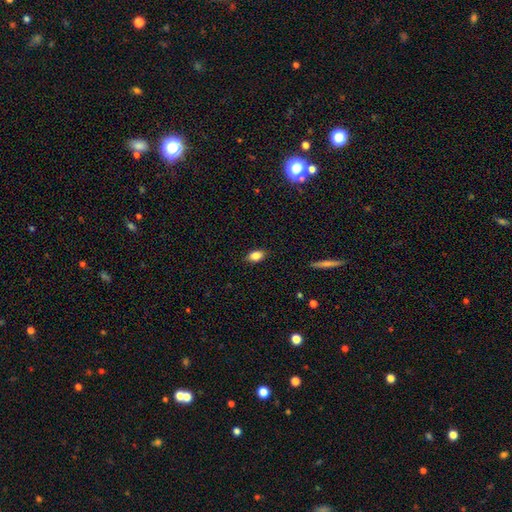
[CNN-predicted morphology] smooth-or-featured: smooth: 83% | star or artifact: 9% | featured or disk: 8%
  how-rounded: in between: 87% | round: 9% | cigar-shaped: 4%
  merging: none: 87% | minor disturbance: 10% | major disturbance: 2% | merger: 1%